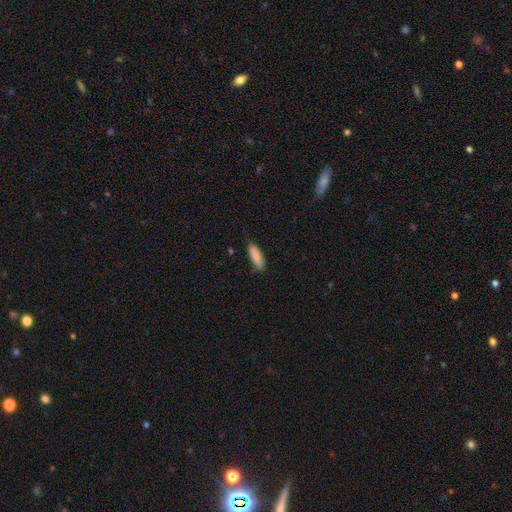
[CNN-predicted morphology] smooth 88%, featured or disk 6%, star or artifact 6%. Down the decision tree: how rounded — in between (54%); merging — none (78%).